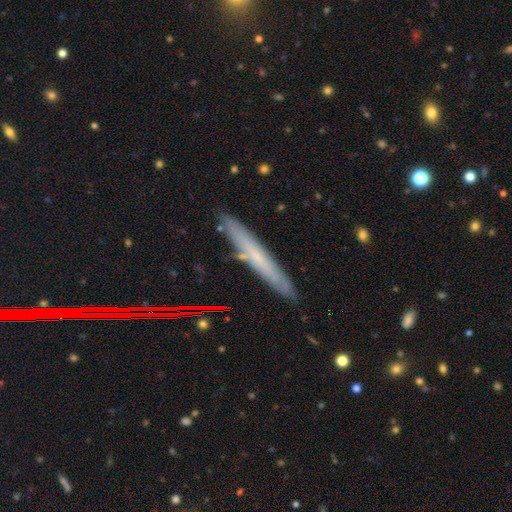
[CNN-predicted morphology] This appears to be a smooth galaxy with no disk features (46%). Merging: none (88%).